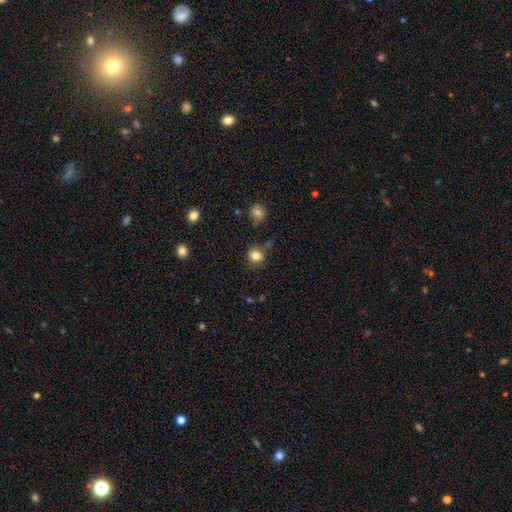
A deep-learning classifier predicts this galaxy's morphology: This appears to be a smooth galaxy with no disk features (82%) that is round (78%). Merging: none (74%).